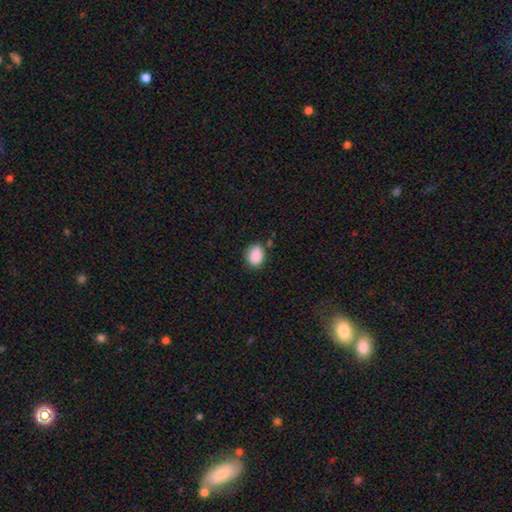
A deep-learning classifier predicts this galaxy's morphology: Smooth or featured? smooth (88%)
How rounded? in between (53%)
Merging? none (78%)